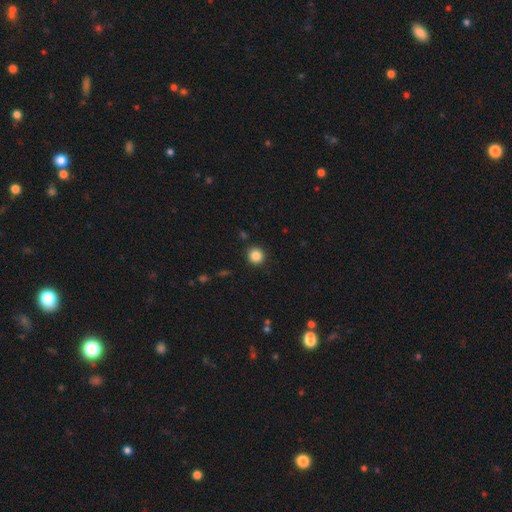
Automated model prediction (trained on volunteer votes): Overall: smooth (85%). How rounded: round (93%). Merging: none (91%).